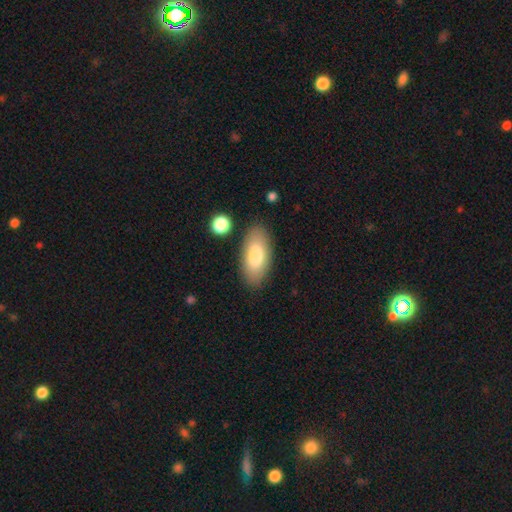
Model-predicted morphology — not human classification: Smooth or featured?
  - smooth: 81% *
  - featured or disk: 13%
  - star or artifact: 6%
How rounded?
  - in between: 89% *
  - cigar-shaped: 9%
  - round: 2%
Merging?
  - none: 84% *
  - minor disturbance: 11%
  - major disturbance: 3%
  - merger: 3%